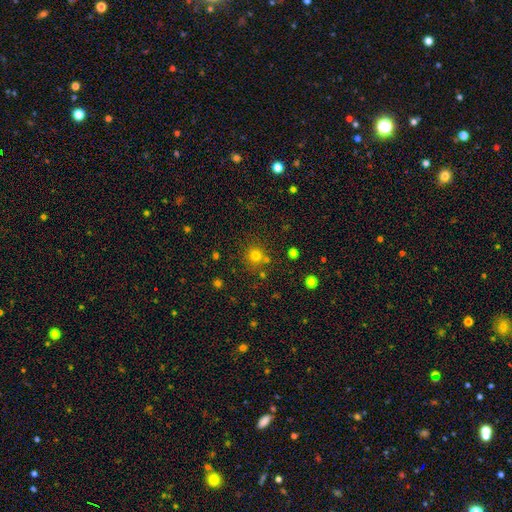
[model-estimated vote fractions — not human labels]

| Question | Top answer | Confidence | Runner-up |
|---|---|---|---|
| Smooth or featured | smooth | 75% | star or artifact (18%) |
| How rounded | round | 93% | in between (6%) |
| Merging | none | 79% | merger (10%) |